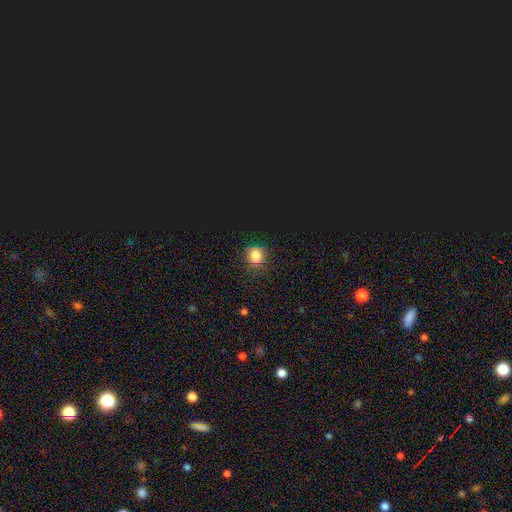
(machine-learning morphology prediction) A smooth galaxy with no disk features (70%) that is round (89%).

Vote fractions:
- Smooth or featured? smooth: 70% / star or artifact: 24% / featured or disk: 5%
- How rounded? round: 89% / in between: 10% / cigar-shaped: 1%
- Merging? none: 85% / minor disturbance: 10% / major disturbance: 3% / merger: 2%